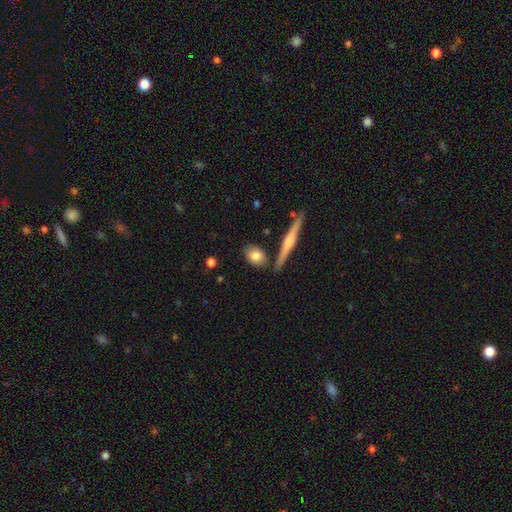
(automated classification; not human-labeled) Smooth or featured?
  - smooth: 78% *
  - featured or disk: 15%
  - star or artifact: 6%
How rounded?
  - in between: 65% *
  - round: 27%
  - cigar-shaped: 8%
Merging?
  - none: 77% *
  - minor disturbance: 13%
  - merger: 7%
  - major disturbance: 3%